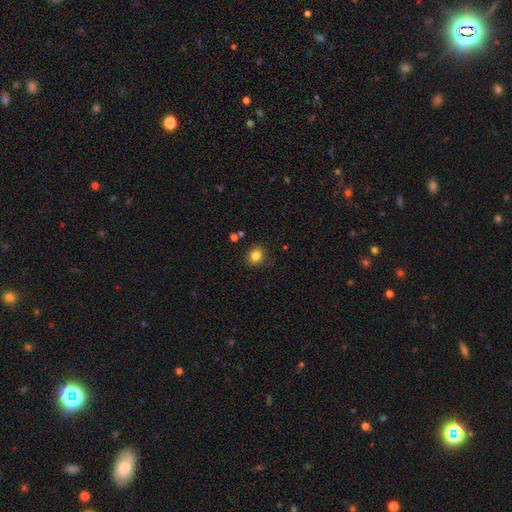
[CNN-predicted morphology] Smooth or featured? smooth (83%)
How rounded? round (75%)
Merging? none (84%)